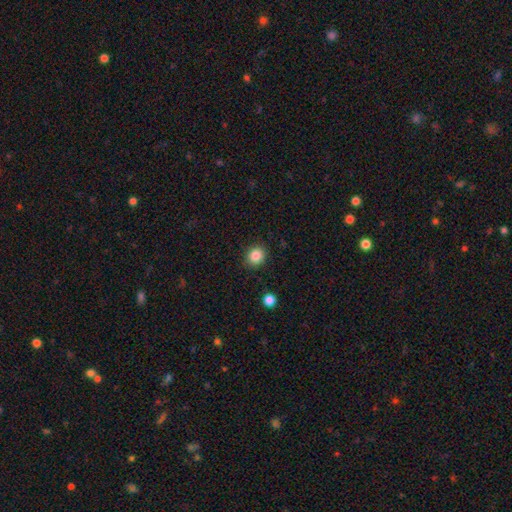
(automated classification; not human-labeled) smooth-or-featured: smooth: 85% | star or artifact: 10% | featured or disk: 5%
  how-rounded: round: 78% | in between: 21% | cigar-shaped: 1%
  merging: none: 90% | minor disturbance: 7% | major disturbance: 2% | merger: 1%